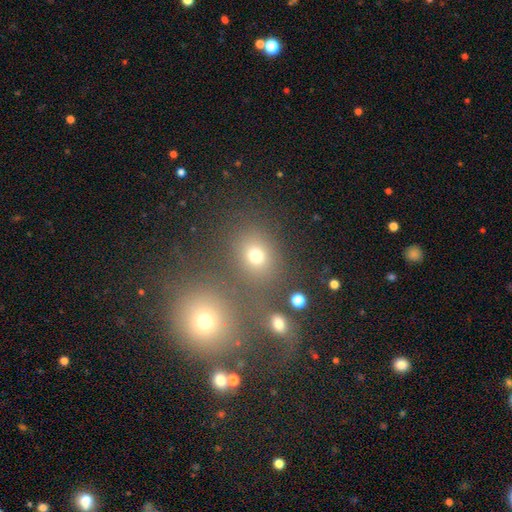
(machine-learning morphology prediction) A smooth galaxy with no disk features (70%) that is round (63%).

Vote fractions:
- Smooth or featured? smooth: 70% / star or artifact: 20% / featured or disk: 10%
- How rounded? round: 63% / in between: 35% / cigar-shaped: 1%
- Merging? none: 70% / merger: 15% / minor disturbance: 10% / major disturbance: 6%